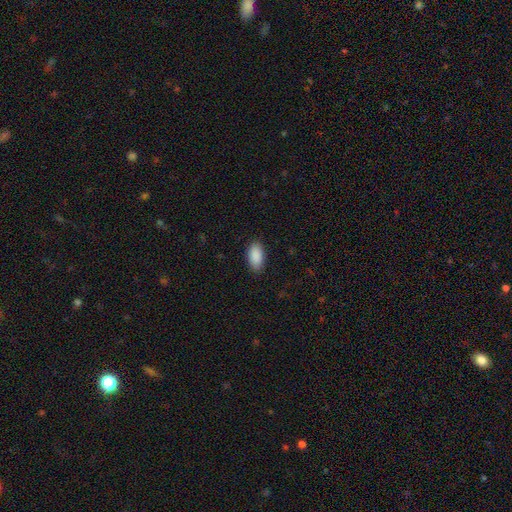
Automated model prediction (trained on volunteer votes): Smooth or featured: smooth — 91% (star or artifact — 6%)
How rounded: in between — 94% (cigar-shaped — 3%)
Merging: none — 87% (minor disturbance — 9%)